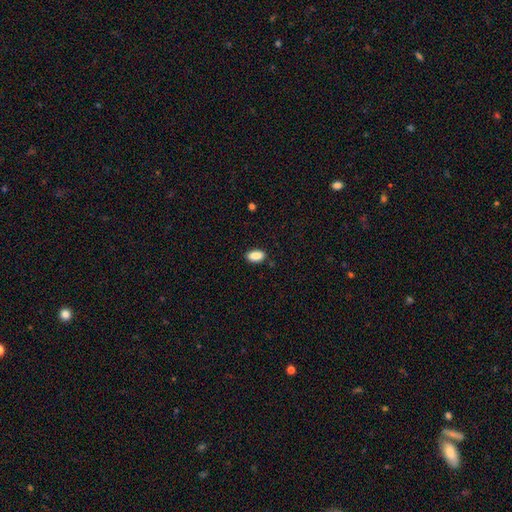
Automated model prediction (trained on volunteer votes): This is clearly a smooth galaxy (89%). How rounded: clearly in between (92%). Merging: clearly none (87%).